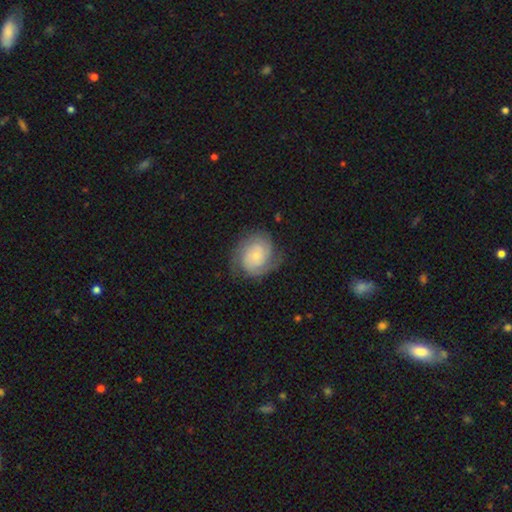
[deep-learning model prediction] Smooth or featured? Predicted: featured or disk (p=0.71). Edge-on disk? Predicted: no (p=0.98). Bar? Predicted: no (p=0.77). Spiral arms? Predicted: yes (p=0.93). Spiral winding? Predicted: tight (p=0.58). Spiral arm count? Predicted: 2 (p=0.48). Bulge size? Predicted: small (p=0.72). Merging? Predicted: none (p=0.72).